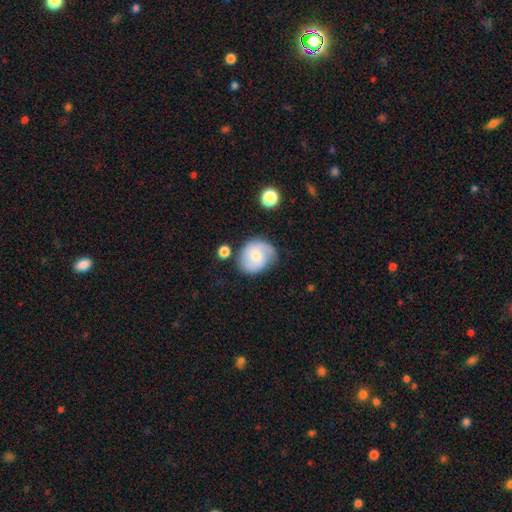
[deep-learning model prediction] A featured or disk galaxy (49%). Merging: none (60%).